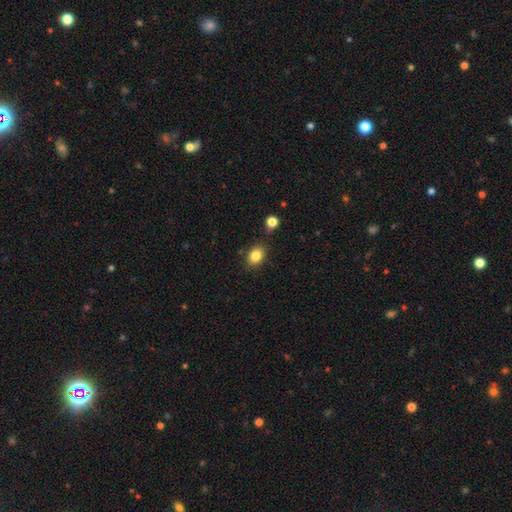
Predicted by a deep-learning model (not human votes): A smooth galaxy with no disk features (84%) that is in between round and cigar-shaped (66%). Merging: none (79%).